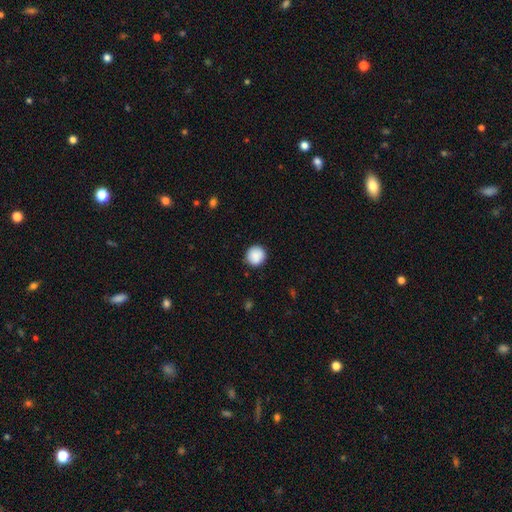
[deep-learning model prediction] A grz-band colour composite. It shows a smooth galaxy with no disk features (89%) that is round (94%). Merging: none (90%).